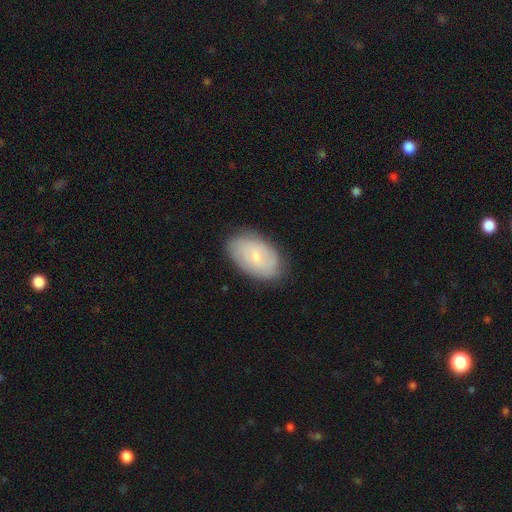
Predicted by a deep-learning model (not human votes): Smooth or featured?
  - smooth: 54% *
  - featured or disk: 38%
  - star or artifact: 8%
How rounded?
  - in between: 92% *
  - round: 6%
  - cigar-shaped: 1%
Merging?
  - none: 83% *
  - minor disturbance: 13%
  - major disturbance: 3%
  - merger: 1%